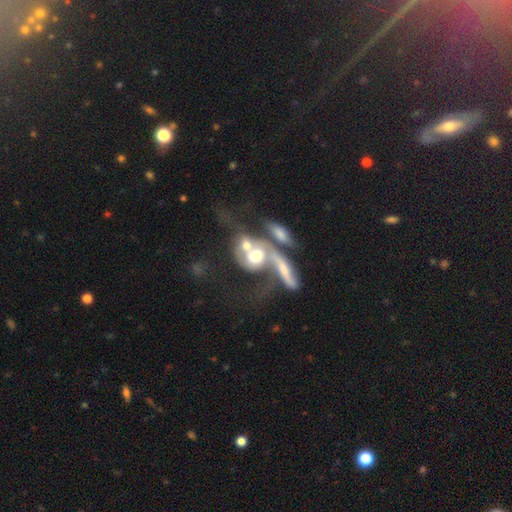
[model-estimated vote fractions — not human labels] This appears to be a featured or disk galaxy (59%) with no bar (74%), spiral arms (58%) and a moderate central bulge (48%). Merging: merger (68%).